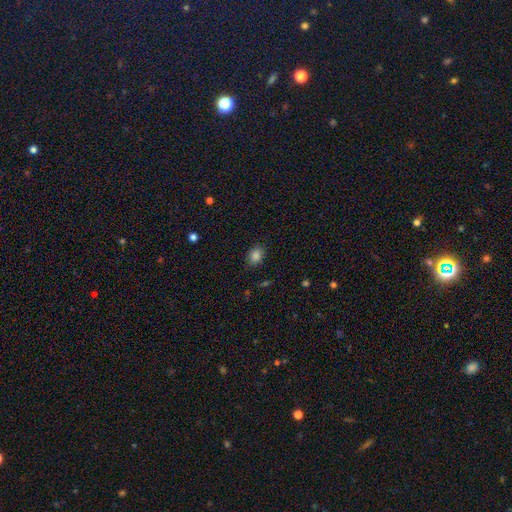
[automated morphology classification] smooth 84%, star or artifact 11%, featured or disk 5%. Down the decision tree: how rounded — in between (63%); merging — none (84%).